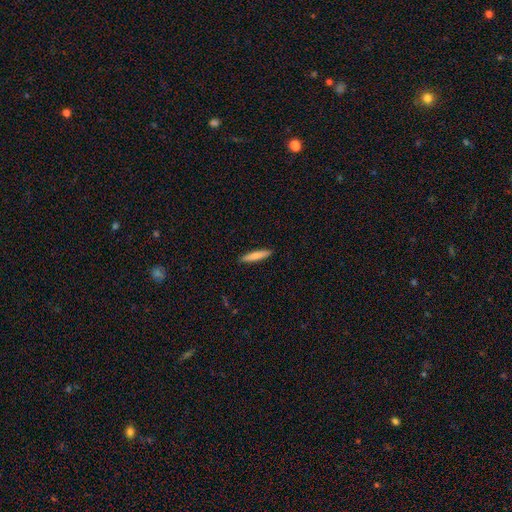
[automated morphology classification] type=smooth (78%); roundness=cigar-shaped (90%); merging=none (91%).